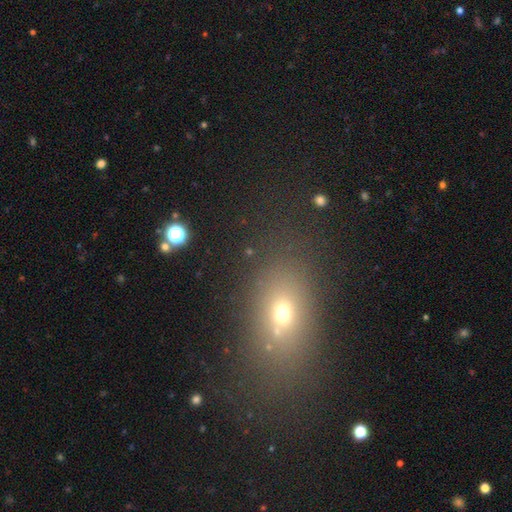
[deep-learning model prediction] smooth-or-featured: smooth: 55% | star or artifact: 28% | featured or disk: 17%
  how-rounded: in between: 67% | round: 27% | cigar-shaped: 5%
  merging: none: 72% | minor disturbance: 12% | merger: 8% | major disturbance: 8%